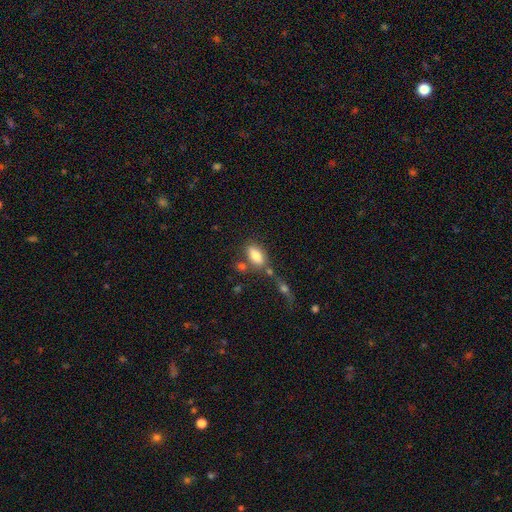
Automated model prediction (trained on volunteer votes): Overall: smooth (80%). How rounded: in between (87%). Merging: none (59%; merger 20%).